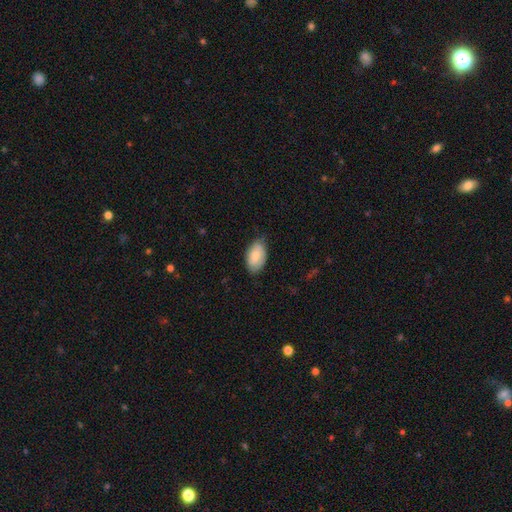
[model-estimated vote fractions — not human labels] smooth 76%, featured or disk 18%, star or artifact 6%. Down the decision tree: how rounded — in between (93%); merging — none (70%).